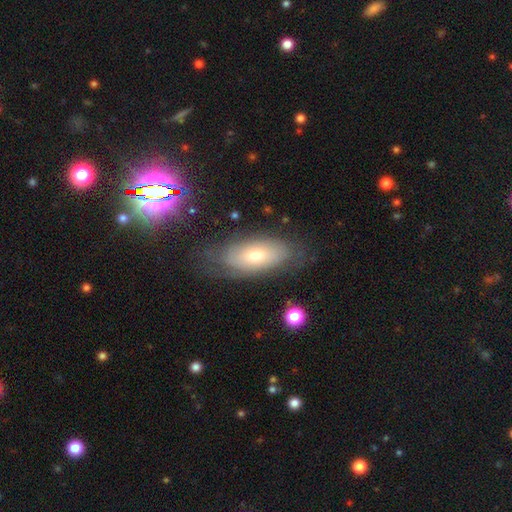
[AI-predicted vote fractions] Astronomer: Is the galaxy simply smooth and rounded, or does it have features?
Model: smooth — 47% (runner-up: featured or disk, 43%).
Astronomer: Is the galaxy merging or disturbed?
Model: none — 70%.